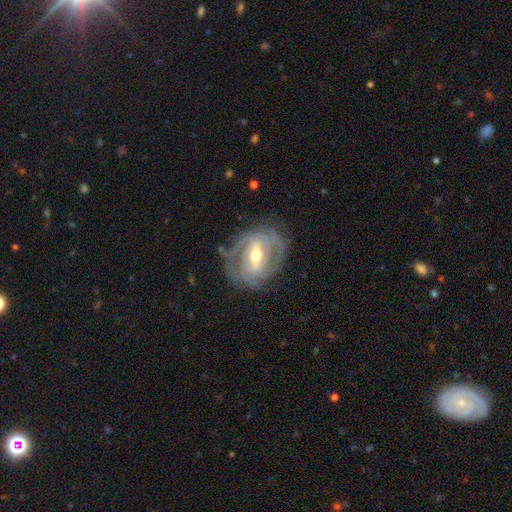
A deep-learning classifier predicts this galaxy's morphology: A featured or disk galaxy (85%) with a strong bar (52%), 2 (44%) tight (60%) spiral arms (87%) and a moderate central bulge (68%).

Vote fractions:
- Smooth or featured? featured or disk: 85% / smooth: 9% / star or artifact: 5%
- Edge-on disk? no: 95% / yes: 5%
- Bar? strong: 52% / weak: 36% / no: 12%
- Spiral arms? yes: 87% / no: 13%
- Spiral winding? tight: 60% / medium: 31% / loose: 9%
- Spiral arm count? 2: 44% / can't tell: 28% / 3: 16% / 4: 5% / 1: 4% / more than 4: 3%
- Bulge size? moderate: 68% / small: 24% / large: 6% / none: 1% / dominant: 1%
- Merging? none: 74% / minor disturbance: 17% / major disturbance: 8% / merger: 1%